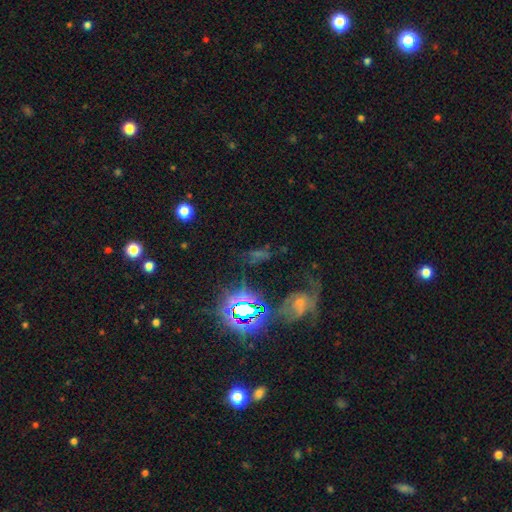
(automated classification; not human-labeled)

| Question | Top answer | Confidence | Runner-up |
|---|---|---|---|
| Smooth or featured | star or artifact | 58% | featured or disk (21%) |